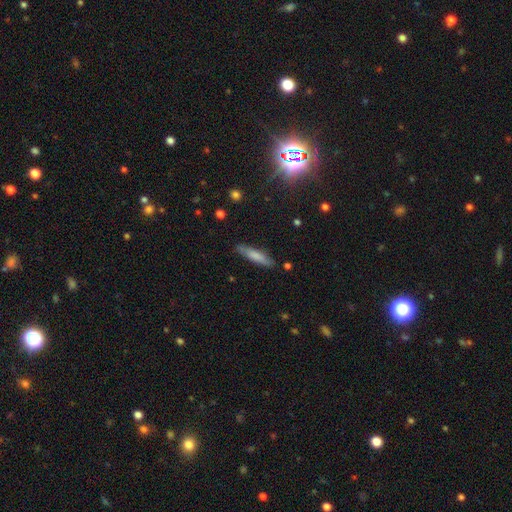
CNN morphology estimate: This is likely a smooth galaxy (72%). How rounded: clearly cigar-shaped (83%). Merging: clearly none (84%).